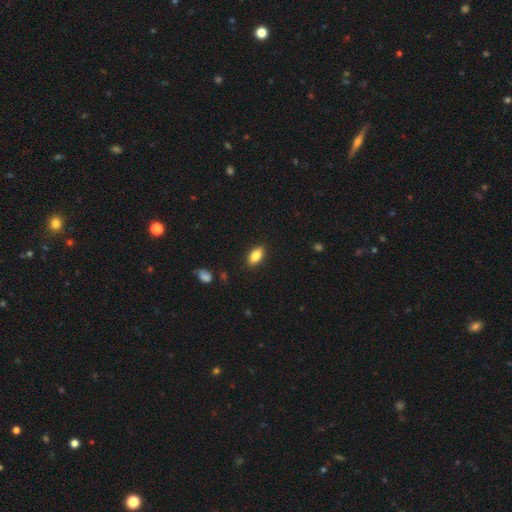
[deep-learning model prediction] Smooth or featured: smooth — 83% (featured or disk — 9%)
How rounded: in between — 88% (cigar-shaped — 8%)
Merging: none — 88% (minor disturbance — 9%)